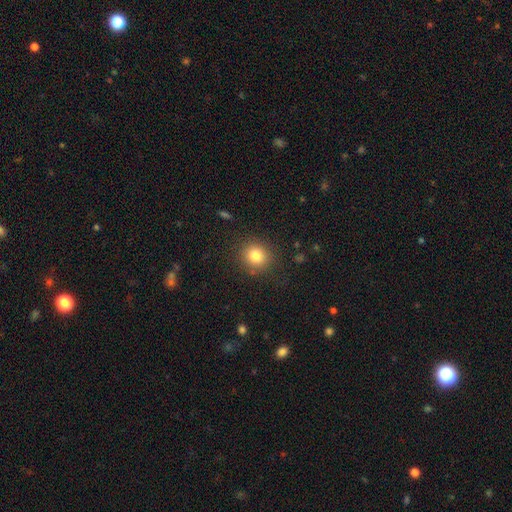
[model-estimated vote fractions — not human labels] A smooth galaxy with no disk features (81%) that is round (85%).

Vote fractions:
- Smooth or featured? smooth: 81% / star or artifact: 12% / featured or disk: 7%
- How rounded? round: 85% / in between: 14% / cigar-shaped: 1%
- Merging? none: 87% / minor disturbance: 8% / major disturbance: 3% / merger: 2%